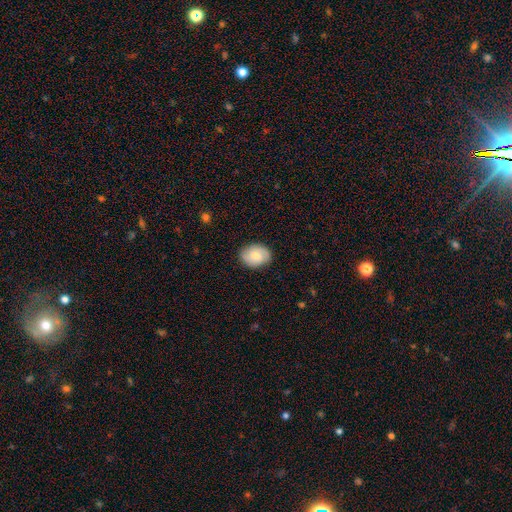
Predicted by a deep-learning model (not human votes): Smooth or featured: smooth — 62% (featured or disk — 31%)
How rounded: in between — 64% (round — 35%)
Merging: none — 84% (minor disturbance — 12%)